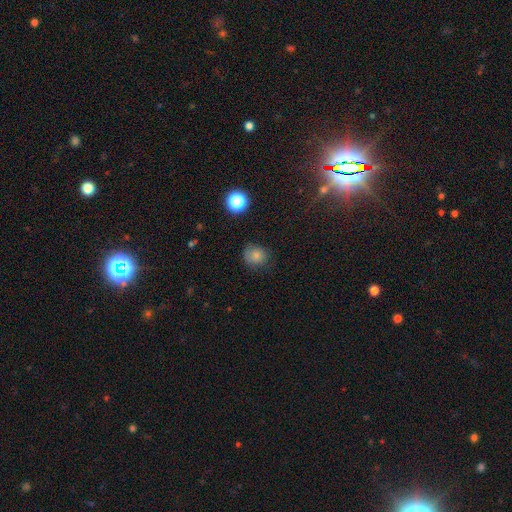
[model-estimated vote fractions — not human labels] A smooth galaxy with no disk features (77%) that is round (80%). Merging: none (69%).